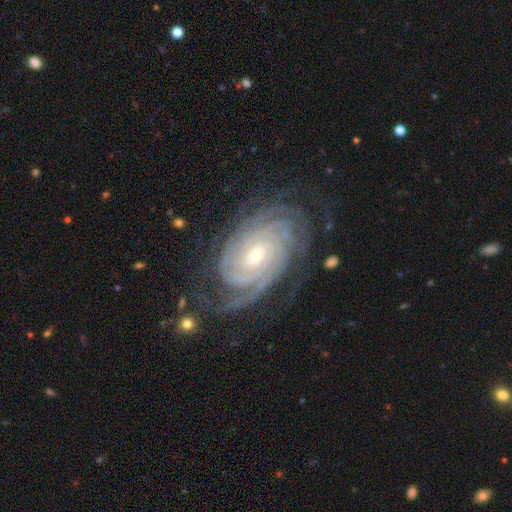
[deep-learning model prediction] smooth-or-featured: featured or disk: 91% | star or artifact: 5% | smooth: 4%
  disk-edge-on: no: 96% | yes: 4%
    bar: no: 56% | weak: 30% | strong: 13%
    has-spiral-arms: yes: 98% | no: 2%
      spiral-winding: tight: 83% | medium: 14% | loose: 2%
      spiral-arm-count: 4: 26% | can't tell: 21% | 3: 17% | more than 4: 17% | 2: 12% | 1: 7%
    bulge-size: small: 62% | moderate: 35% | large: 2% | none: 1% | dominant: 1%
  merging: none: 76% | minor disturbance: 16% | major disturbance: 7% | merger: 1%